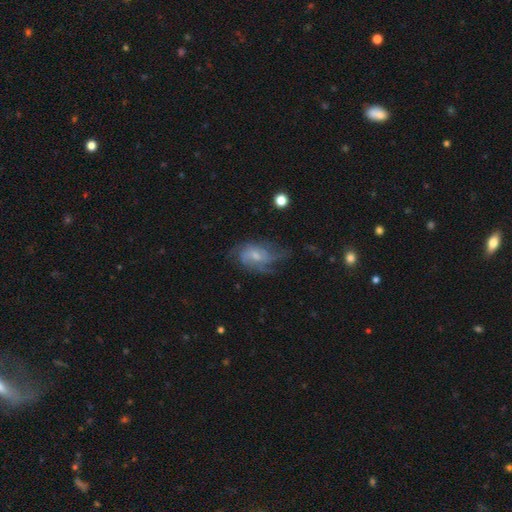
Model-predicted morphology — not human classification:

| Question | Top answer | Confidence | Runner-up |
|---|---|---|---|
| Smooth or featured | featured or disk | 68% | smooth (22%) |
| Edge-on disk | no | 95% | yes (5%) |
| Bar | no | 56% | weak (37%) |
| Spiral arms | yes | 86% | no (14%) |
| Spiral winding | medium | 42% | tight (32%) |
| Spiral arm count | can't tell | 38% | 2 (25%) |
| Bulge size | small | 56% | moderate (35%) |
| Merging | none | 50% | minor disturbance (26%) |